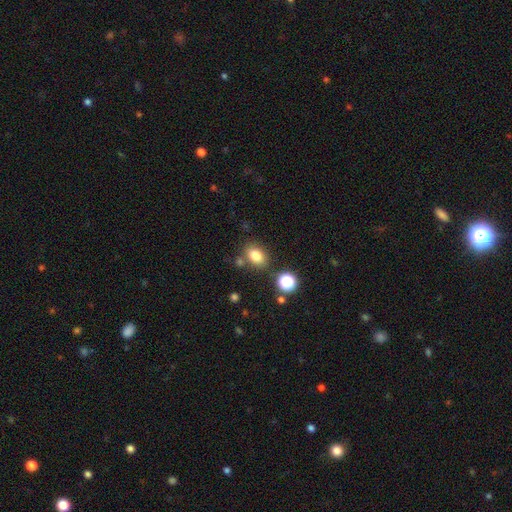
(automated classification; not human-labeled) Q: Smooth or featured?
A: smooth (81%); runner-up: star or artifact (12%)
Q: How rounded?
A: in between (75%); runner-up: round (23%)
Q: Merging?
A: none (74%); runner-up: minor disturbance (13%)